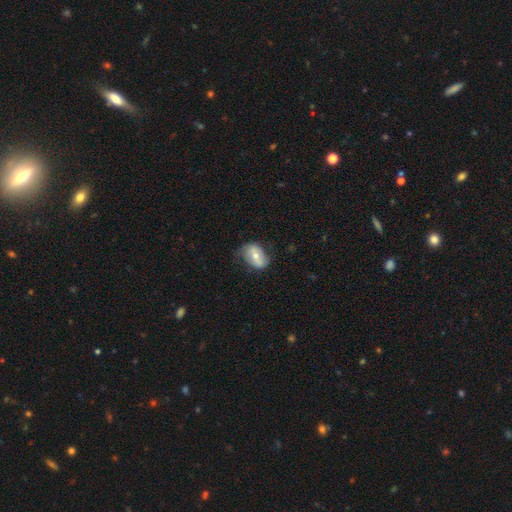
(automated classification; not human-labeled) Overall: smooth (52%; featured or disk 41%). How rounded: in between (78%). Merging: none (60%; minor disturbance 28%).